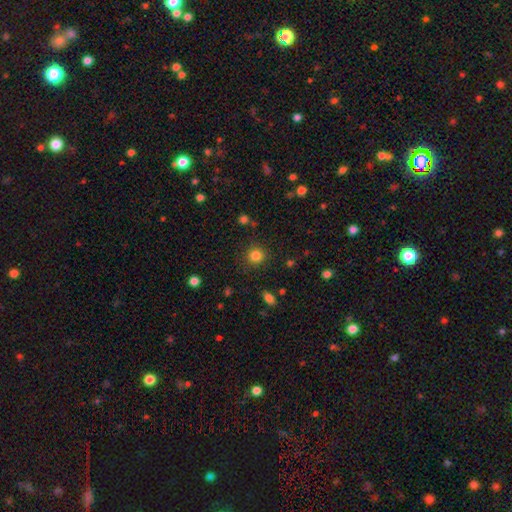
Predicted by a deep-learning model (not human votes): Overall: smooth (83%). How rounded: round (90%). Merging: none (87%).